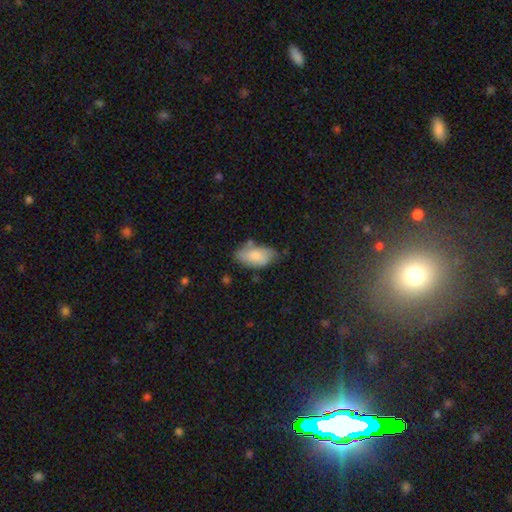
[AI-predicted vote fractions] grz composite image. It shows a smooth galaxy with no disk features (80%) that is in between round and cigar-shaped (94%). Merging: none (59%).